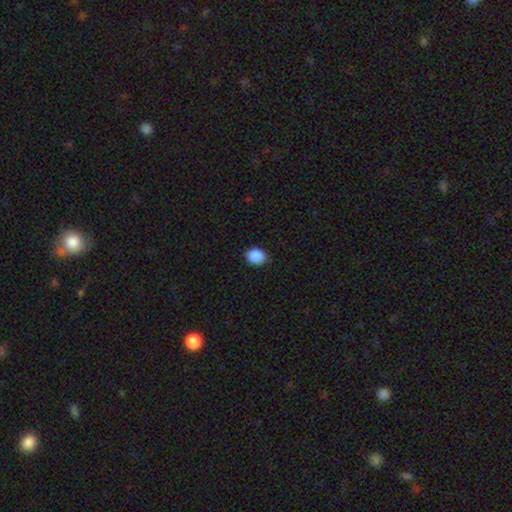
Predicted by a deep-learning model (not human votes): Overall: smooth (89%). How rounded: round (53%; in between 46%). Merging: none (86%).